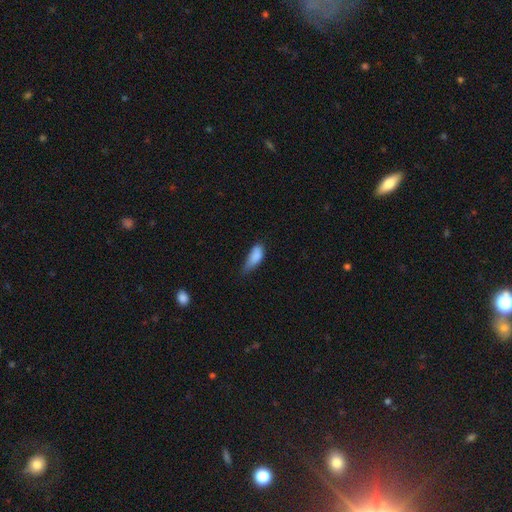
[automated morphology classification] The model was most divided on "merging": minor disturbance: 50%, none: 32%, major disturbance: 16%, merger: 3%. More confident: smooth or featured — smooth (85%); how rounded — in between (81%).